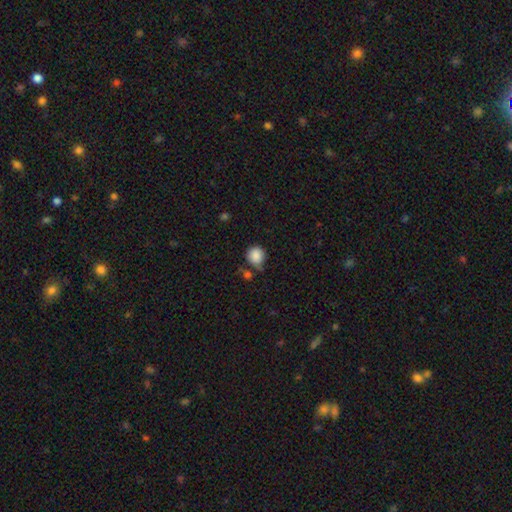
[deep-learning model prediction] Q: Smooth or featured?
A: smooth (87%); runner-up: star or artifact (9%)
Q: How rounded?
A: round (85%); runner-up: in between (14%)
Q: Merging?
A: none (60%); runner-up: minor disturbance (24%)